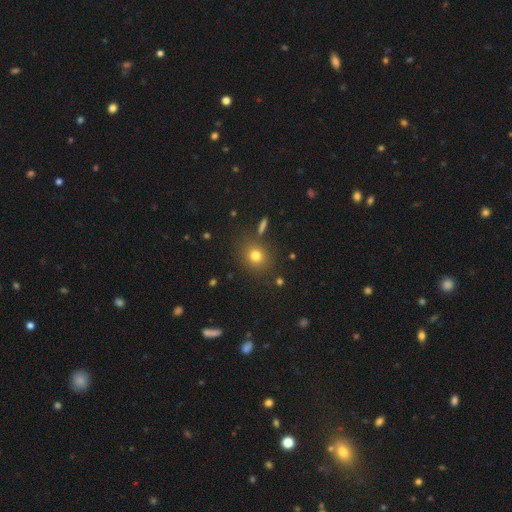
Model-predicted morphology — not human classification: Q: Smooth or featured?
A: smooth (76%); runner-up: star or artifact (15%)
Q: How rounded?
A: round (79%); runner-up: in between (20%)
Q: Merging?
A: none (84%); runner-up: minor disturbance (9%)